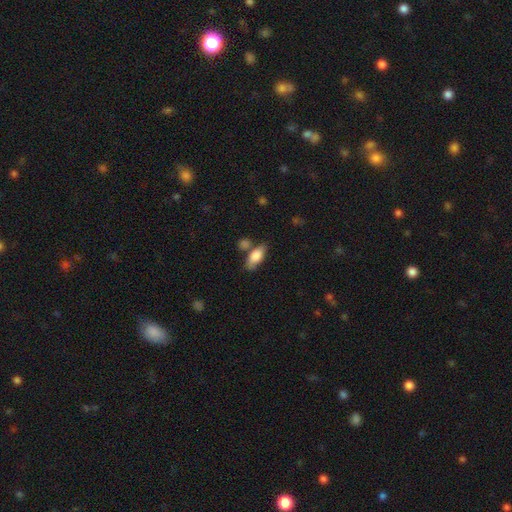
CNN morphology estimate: Smooth or featured? smooth (79%)
How rounded? in between (84%)
Merging? none (60%)